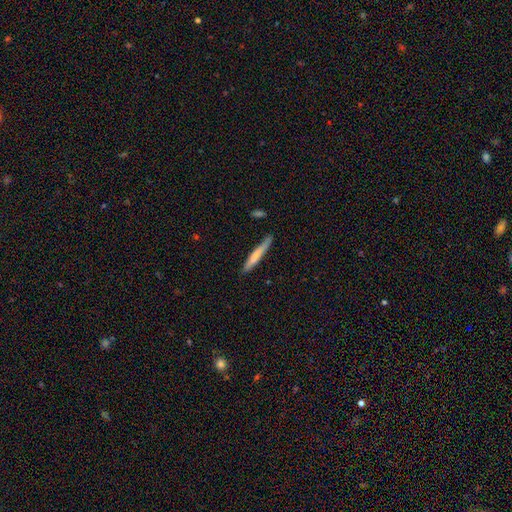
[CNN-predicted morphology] Smooth or featured? Predicted: smooth (p=0.67). How rounded? Predicted: cigar-shaped (p=0.95). Merging? Predicted: none (p=0.82).